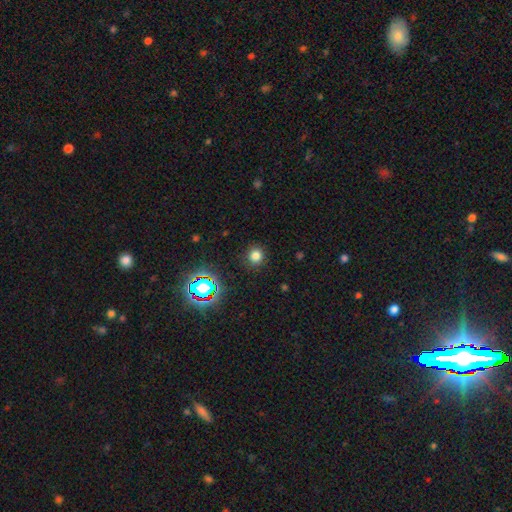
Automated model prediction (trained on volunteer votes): smooth_or_featured: smooth (p=0.75) [alt: star or artifact p=0.19]
how_rounded: round (p=0.91) [alt: in between p=0.08]
merging: none (p=0.90) [alt: minor disturbance p=0.07]